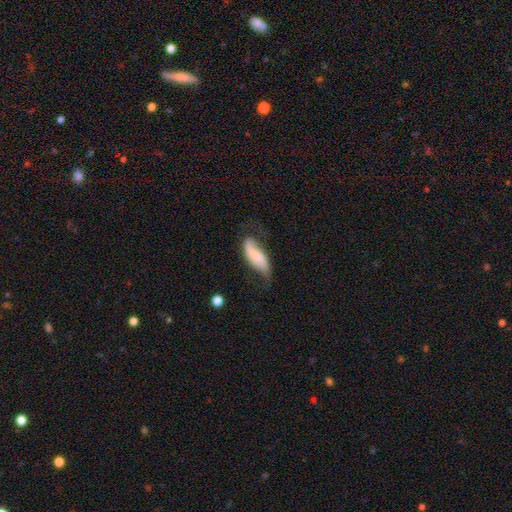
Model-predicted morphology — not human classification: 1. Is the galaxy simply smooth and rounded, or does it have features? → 46% smooth (tied), 46% featured or disk (tied), 7% star or artifact.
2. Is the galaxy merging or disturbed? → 42% none, 36% minor disturbance, 20% major disturbance, 3% merger.